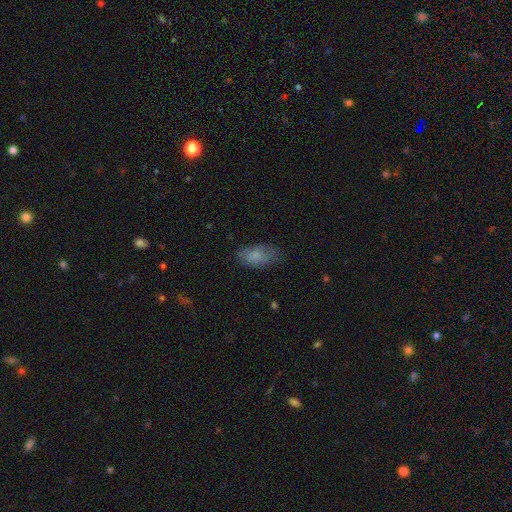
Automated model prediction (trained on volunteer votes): smooth 79%, featured or disk 12%, star or artifact 9%. Down the decision tree: how rounded — in between (91%); merging — none (67%).